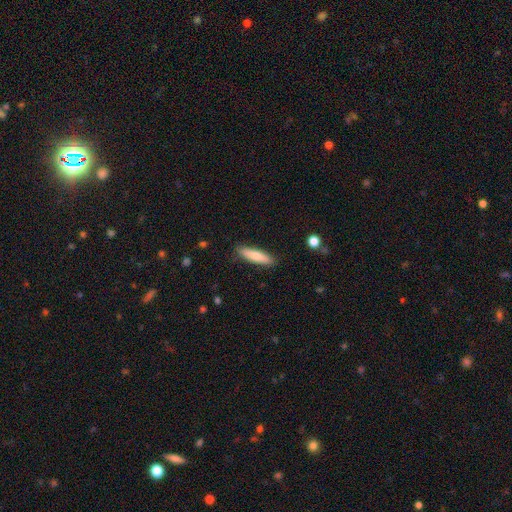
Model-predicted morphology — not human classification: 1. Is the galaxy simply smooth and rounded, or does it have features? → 78% smooth, 16% featured or disk, 6% star or artifact.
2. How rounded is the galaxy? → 75% cigar-shaped, 24% in between, 1% round.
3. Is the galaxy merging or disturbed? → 87% none, 9% minor disturbance, 2% major disturbance, 1% merger.